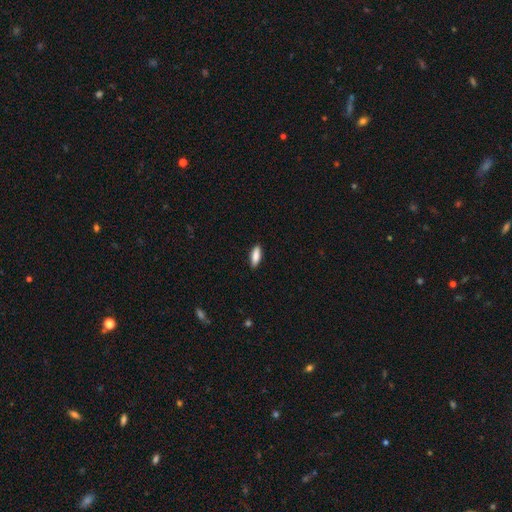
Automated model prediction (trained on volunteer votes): A smooth galaxy with no disk features (85%) that is in between round and cigar-shaped (60%).

Vote fractions:
- Smooth or featured? smooth: 85% / featured or disk: 9% / star or artifact: 6%
- How rounded? in between: 60% / cigar-shaped: 38% / round: 2%
- Merging? none: 88% / minor disturbance: 9% / major disturbance: 2% / merger: 1%